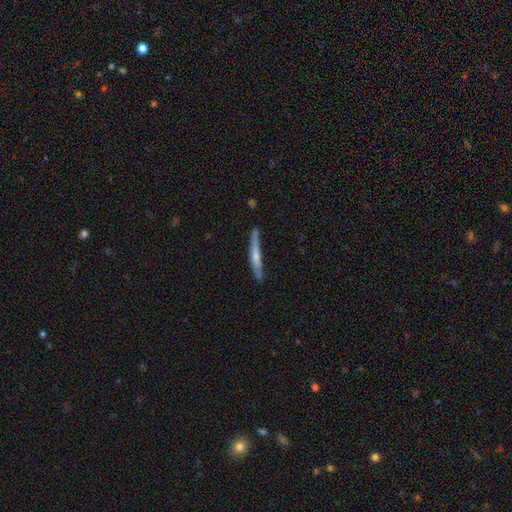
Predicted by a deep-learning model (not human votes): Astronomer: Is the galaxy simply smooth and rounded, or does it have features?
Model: featured or disk — 52% (runner-up: smooth, 42%).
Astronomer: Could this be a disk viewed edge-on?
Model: yes — 94%.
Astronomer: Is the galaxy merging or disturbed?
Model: none — 79%.